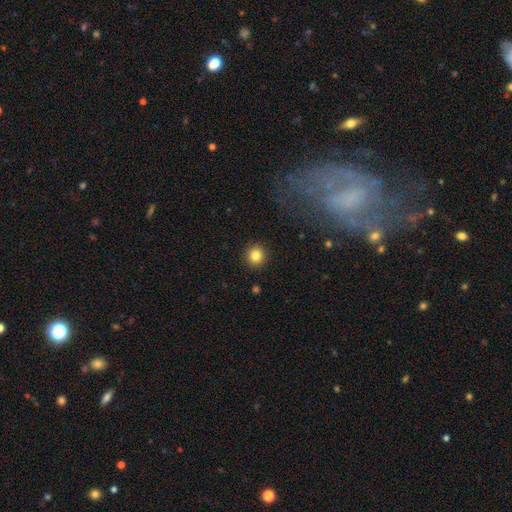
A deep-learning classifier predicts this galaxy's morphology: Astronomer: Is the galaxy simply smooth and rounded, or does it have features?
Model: smooth — 83%.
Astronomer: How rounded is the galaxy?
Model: round — 93%.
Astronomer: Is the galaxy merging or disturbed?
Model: none — 92%.